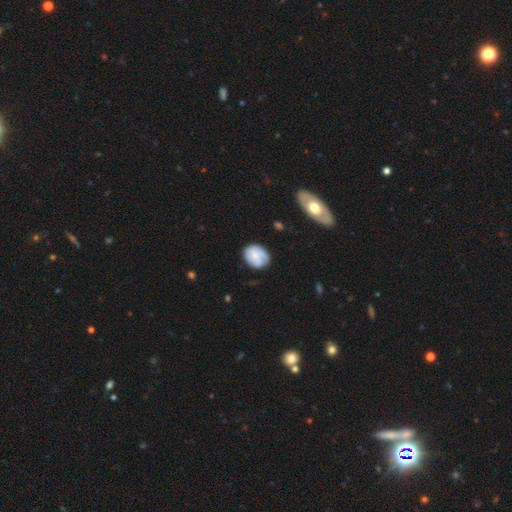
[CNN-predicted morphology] This is possibly a smooth galaxy (59%). How rounded: possibly round (55%). Merging: likely none (69%).